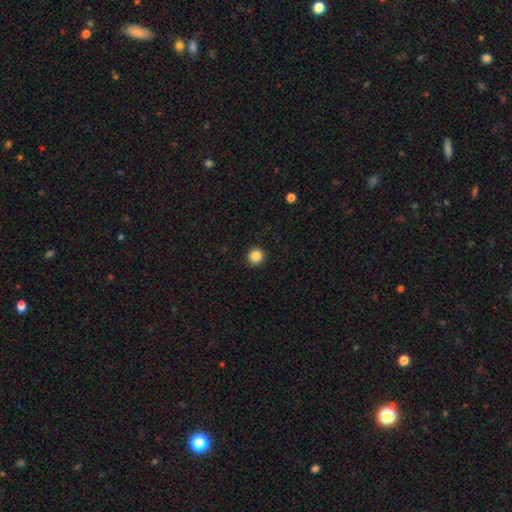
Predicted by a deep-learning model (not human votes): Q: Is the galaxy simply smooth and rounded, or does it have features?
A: smooth — 87%.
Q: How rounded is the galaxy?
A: round — 94%.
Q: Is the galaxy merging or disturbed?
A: none — 91%.